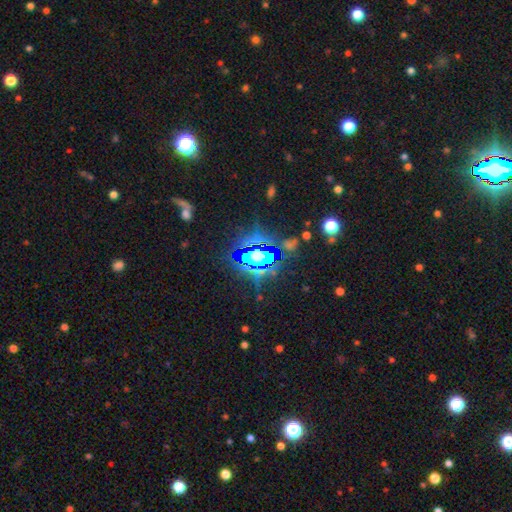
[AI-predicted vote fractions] A star or artifact, not a galaxy (65%).

Vote fractions:
- Smooth or featured? star or artifact: 65% / smooth: 21% / featured or disk: 14%